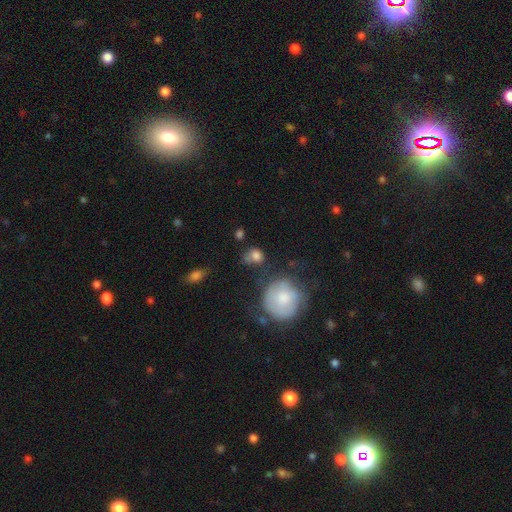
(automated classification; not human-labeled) Smooth or featured? smooth (74%)
How rounded? round (60%)
Merging? none (47%)